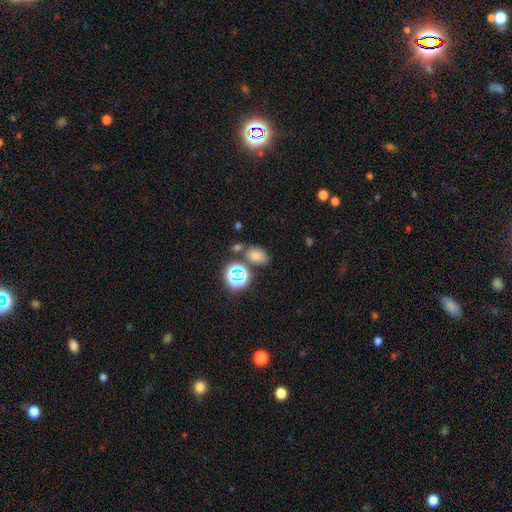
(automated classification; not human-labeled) A smooth galaxy with no disk features (69%) that is in between round and cigar-shaped (77%).

Vote fractions:
- Smooth or featured? smooth: 69% / star or artifact: 22% / featured or disk: 9%
- How rounded? in between: 77% / round: 22% / cigar-shaped: 1%
- Merging? none: 66% / merger: 16% / minor disturbance: 14% / major disturbance: 5%